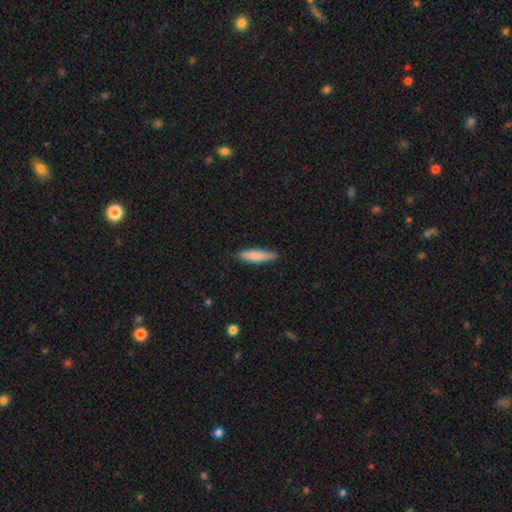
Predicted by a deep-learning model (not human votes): Smooth or featured? smooth (82%)
How rounded? cigar-shaped (76%)
Merging? none (84%)